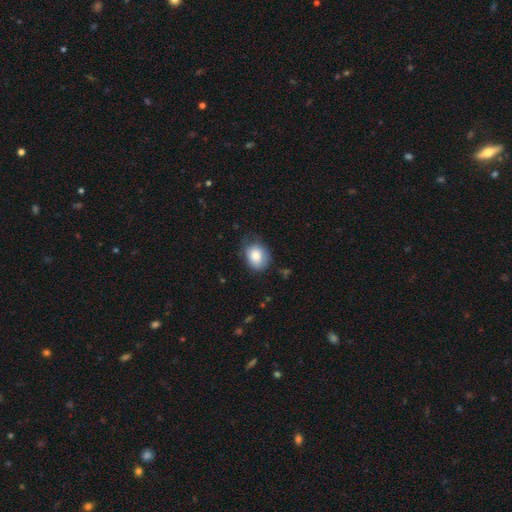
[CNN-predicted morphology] type=smooth (82%); roundness=in between (57%); merging=none (62%).